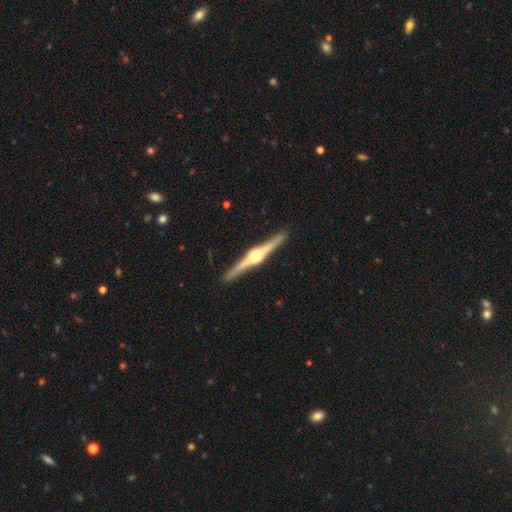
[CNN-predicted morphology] type=featured or disk (87%); edge-on=yes (99%); edge-on bulge=rounded (94%); merging=none (92%).